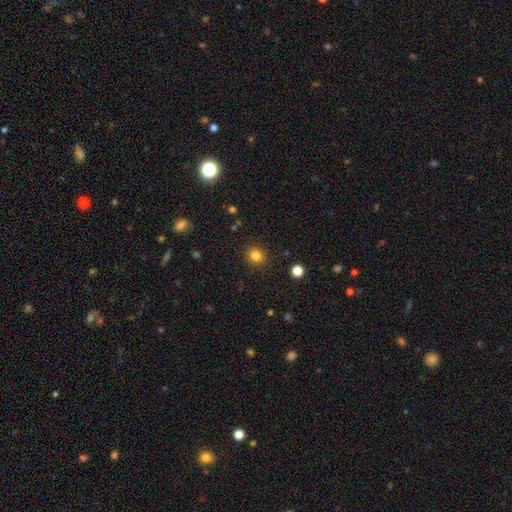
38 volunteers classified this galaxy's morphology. A smooth galaxy with no disk features (87%) that is round (76%).

Vote fractions:
- Smooth or featured? smooth: 87% / star or artifact: 8% / featured or disk: 5%
- How rounded? round: 76% / in between: 24% / cigar-shaped: 0%
- Merging? none: 91% / minor disturbance: 3% / major disturbance: 3% / merger: 3%